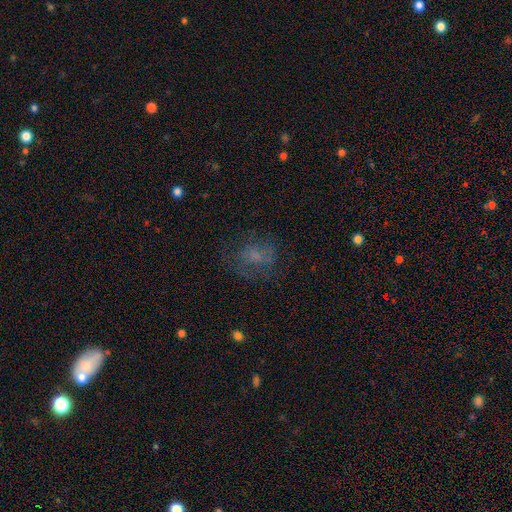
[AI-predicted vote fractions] A smooth galaxy with no disk features (48%).

Vote fractions:
- Smooth or featured? smooth: 48% / featured or disk: 32% / star or artifact: 19%
- Merging? none: 57% / major disturbance: 22% / minor disturbance: 19% / merger: 2%